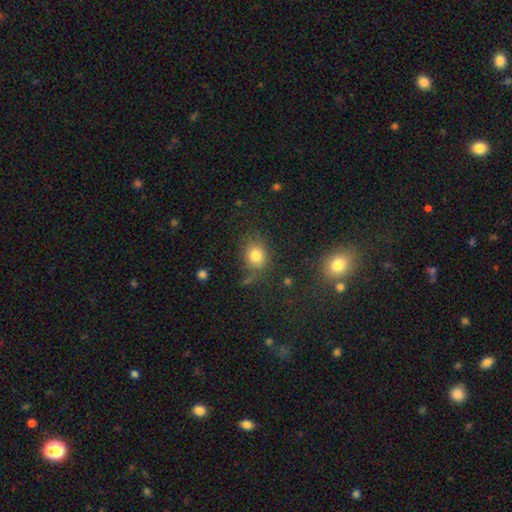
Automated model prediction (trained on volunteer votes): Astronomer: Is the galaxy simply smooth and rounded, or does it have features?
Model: smooth — 79%.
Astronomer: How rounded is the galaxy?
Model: round — 62% (runner-up: in between, 37%).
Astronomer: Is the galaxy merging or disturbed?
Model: none — 72%.